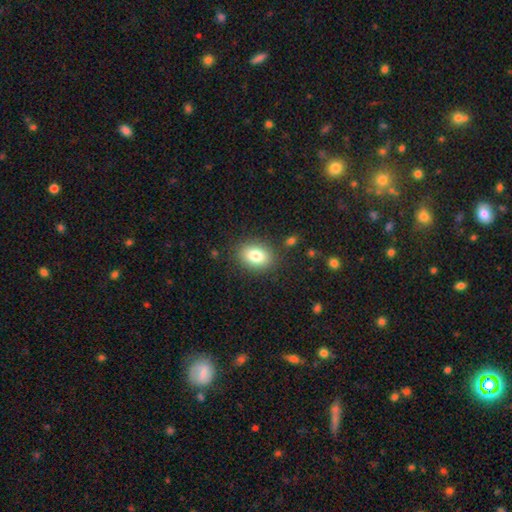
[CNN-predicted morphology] Overall: smooth (81%). How rounded: in between (70%). Merging: none (85%).